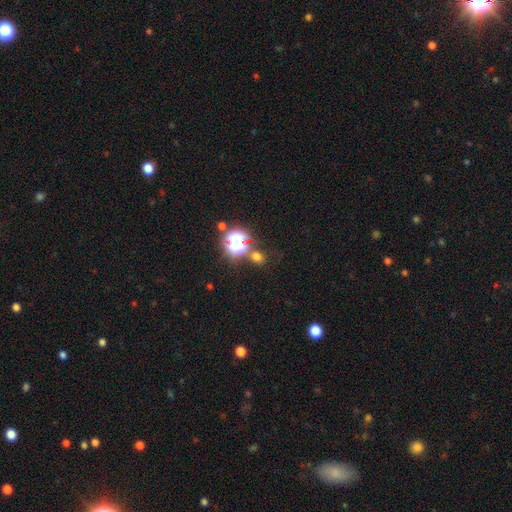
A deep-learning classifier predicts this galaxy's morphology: A star or artifact, not a galaxy (65%).